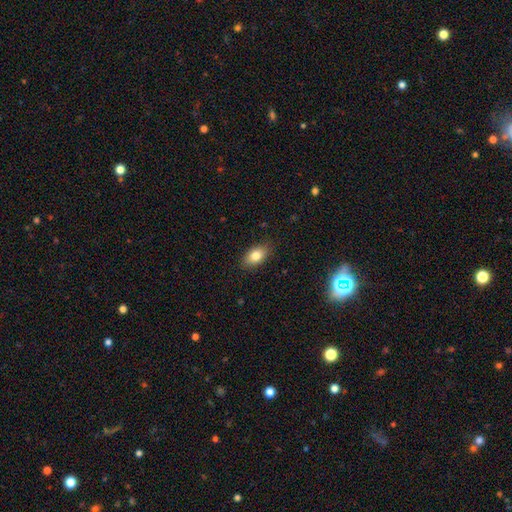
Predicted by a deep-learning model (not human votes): Morphology: type=smooth (81%); roundness=in between (88%); merging=none (86%).